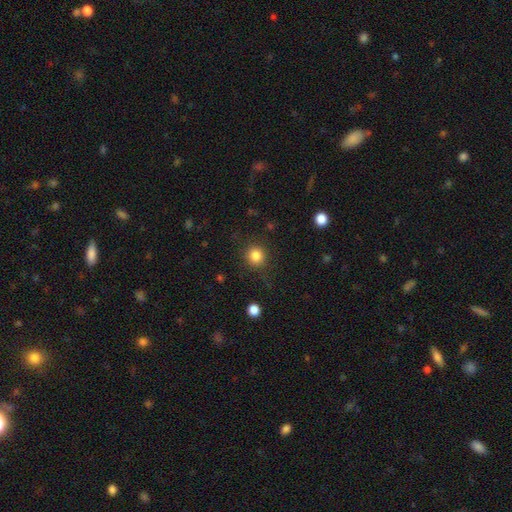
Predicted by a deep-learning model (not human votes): Q: Smooth or featured?
A: smooth (84%); runner-up: star or artifact (11%)
Q: How rounded?
A: round (90%); runner-up: in between (9%)
Q: Merging?
A: none (86%); runner-up: minor disturbance (9%)